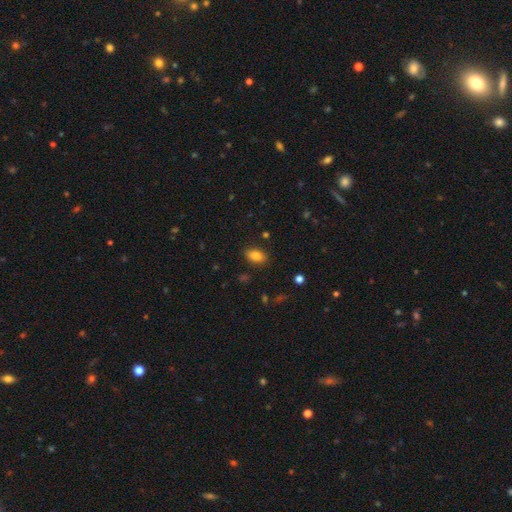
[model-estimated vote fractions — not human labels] Smooth or featured?
  - smooth: 83% *
  - star or artifact: 10%
  - featured or disk: 7%
How rounded?
  - in between: 87% *
  - round: 10%
  - cigar-shaped: 3%
Merging?
  - none: 85% *
  - minor disturbance: 10%
  - major disturbance: 3%
  - merger: 2%